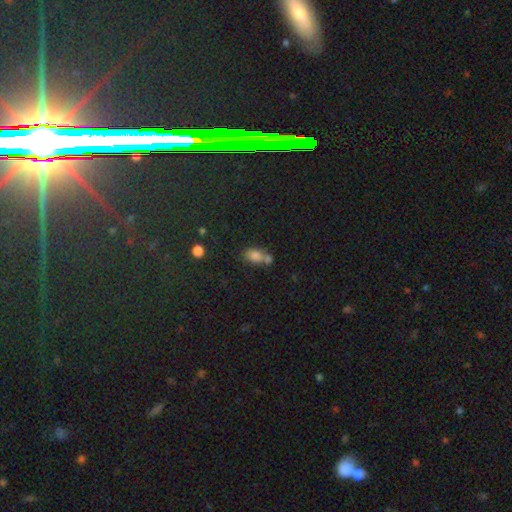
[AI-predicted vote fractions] This appears to be a smooth galaxy with no disk features (76%) that is in between round and cigar-shaped (74%). Merging: merger (45%).